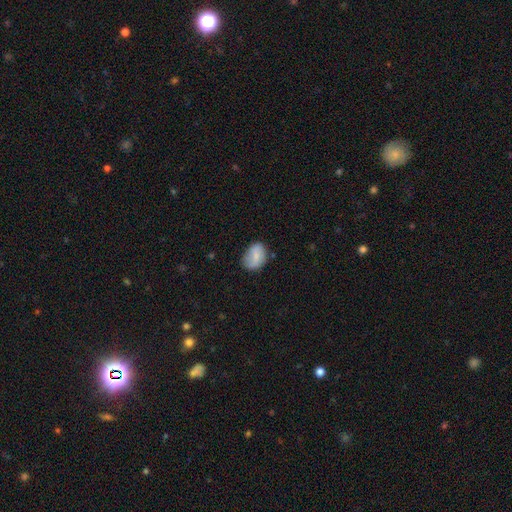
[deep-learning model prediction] Smooth or featured?
  - smooth: 64% *
  - featured or disk: 29%
  - star or artifact: 8%
How rounded?
  - in between: 74% *
  - round: 25%
  - cigar-shaped: 1%
Merging?
  - none: 64% *
  - minor disturbance: 26%
  - major disturbance: 7%
  - merger: 2%